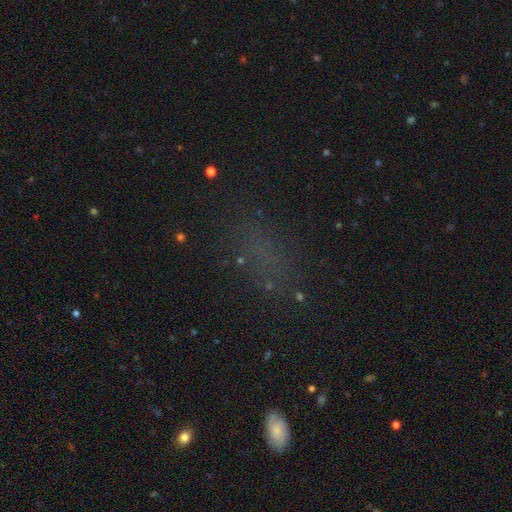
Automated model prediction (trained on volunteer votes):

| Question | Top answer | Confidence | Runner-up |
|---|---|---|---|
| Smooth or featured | smooth | 44% | star or artifact (41%) |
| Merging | none | 69% | minor disturbance (15%) |